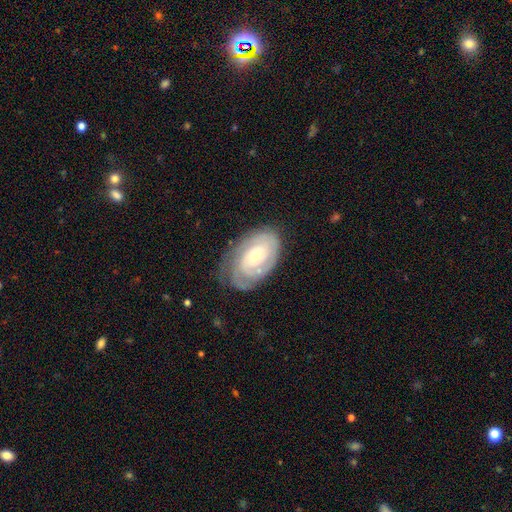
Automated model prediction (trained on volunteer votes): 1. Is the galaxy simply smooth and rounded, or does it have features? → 75% featured or disk, 19% smooth, 6% star or artifact.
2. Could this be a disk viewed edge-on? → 95% no, 5% yes.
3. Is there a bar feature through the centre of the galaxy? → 72% no, 23% weak, 5% strong.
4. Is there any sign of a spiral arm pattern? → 89% yes, 11% no.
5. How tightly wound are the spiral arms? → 75% tight, 20% medium, 6% loose.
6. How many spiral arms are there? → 45% can't tell, 27% 2, 12% 3, 7% 1, 5% 4, 3% more than 4.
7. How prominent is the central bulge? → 56% small, 39% moderate, 3% large, 1% none, 1% dominant.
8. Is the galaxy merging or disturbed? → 67% none, 23% minor disturbance, 9% major disturbance, 1% merger.